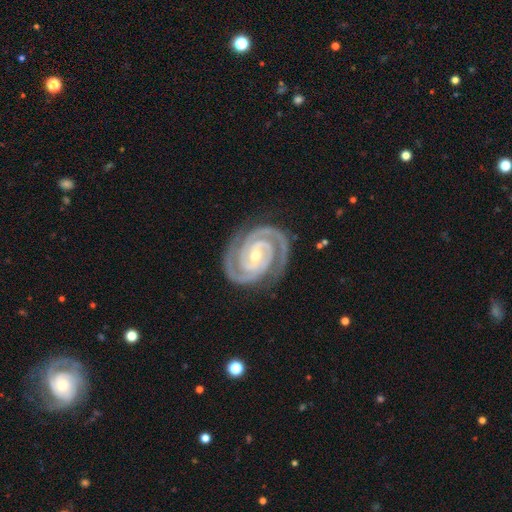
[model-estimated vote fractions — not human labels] smooth_or_featured: featured or disk (p=0.94) [alt: star or artifact p=0.04]
disk_edge_on: no (p=0.98) [alt: yes p=0.02]
bar: no (p=0.40) [alt: weak p=0.33]
has_spiral_arms: yes (p=0.99) [alt: no p=0.01]
spiral_winding: tight (p=0.79) [alt: medium p=0.19]
spiral_arm_count: 2 (p=0.91) [alt: 3 p=0.04]
bulge_size: small (p=0.57) [alt: moderate p=0.40]
merging: none (p=0.84) [alt: minor disturbance p=0.12]